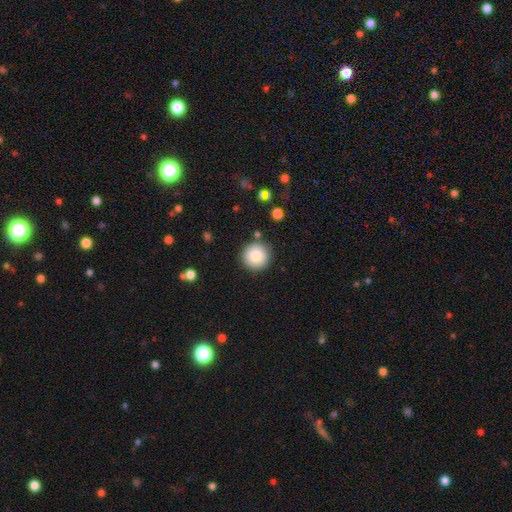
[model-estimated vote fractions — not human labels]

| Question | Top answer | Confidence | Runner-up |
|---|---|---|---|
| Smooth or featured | smooth | 84% | star or artifact (8%) |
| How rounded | round | 96% | in between (3%) |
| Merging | none | 88% | minor disturbance (8%) |